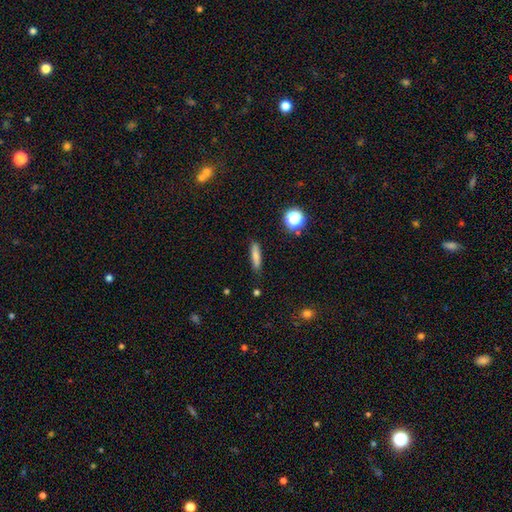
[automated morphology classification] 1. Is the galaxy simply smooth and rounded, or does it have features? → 77% smooth, 13% featured or disk, 10% star or artifact.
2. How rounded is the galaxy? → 76% cigar-shaped, 20% in between, 4% round.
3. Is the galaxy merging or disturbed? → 84% none, 11% minor disturbance, 3% major disturbance, 2% merger.